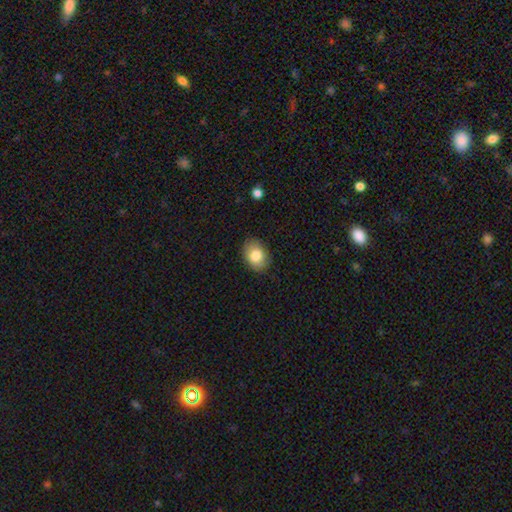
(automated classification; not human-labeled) smooth 82%, featured or disk 10%, star or artifact 8%. Down the decision tree: how rounded — in between (73%); merging — none (85%).